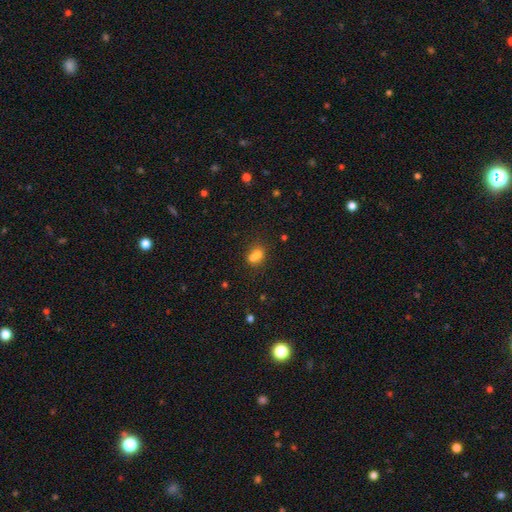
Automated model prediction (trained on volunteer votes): The model was most divided on "how rounded": in between: 53%, round: 45%, cigar-shaped: 2%. Remaining: smooth or featured — smooth (73%); merging — merger (50%).